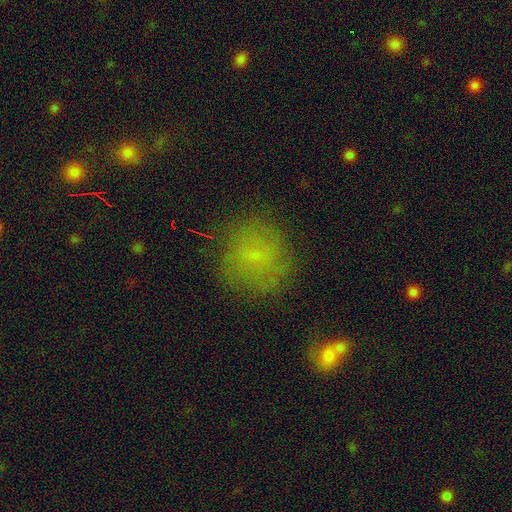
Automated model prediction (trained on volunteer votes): Smooth or featured: smooth — 67% (featured or disk — 17%)
How rounded: round — 85% (in between — 13%)
Merging: none — 76% (minor disturbance — 15%)